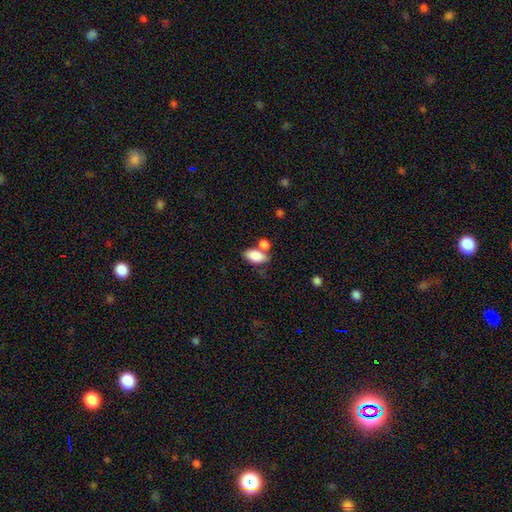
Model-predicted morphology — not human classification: Overall: smooth (84%). How rounded: in between (91%). Merging: none (44%; merger 36%).